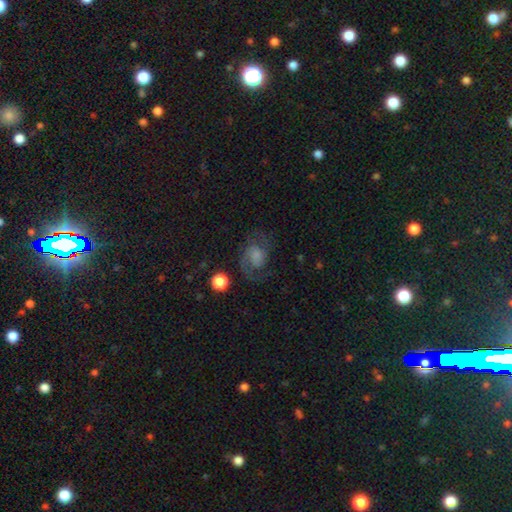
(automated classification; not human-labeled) featured or disk 69%, smooth 21%, star or artifact 10%. Down the decision tree: edge-on disk — no (98%); bar — no (65%); spiral arms — yes (93%); spiral arm count — 2 (84%); spiral winding — medium (52%); bulge size — none (39%); merging — none (64%).